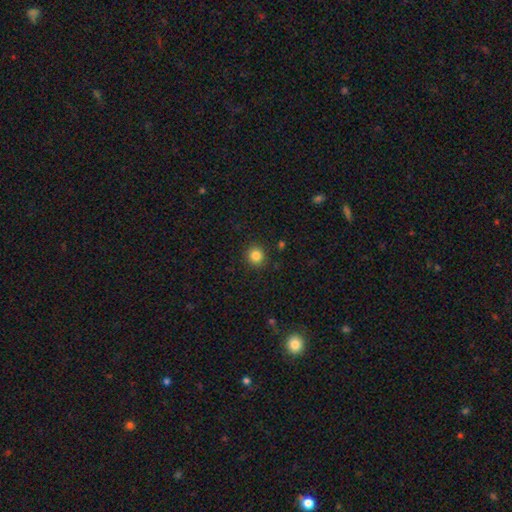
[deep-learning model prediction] Morphology: type=smooth (84%); roundness=round (92%); merging=none (91%).